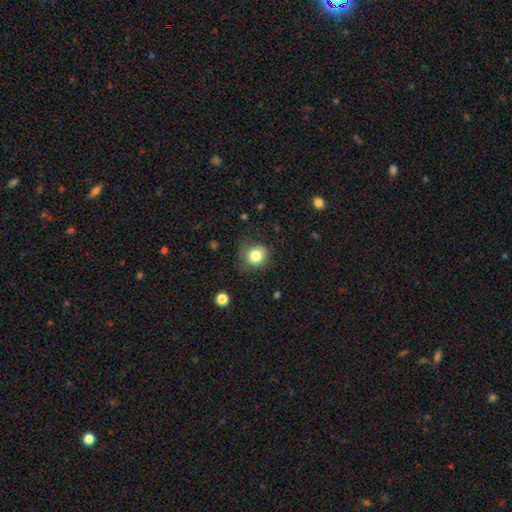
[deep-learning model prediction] Smooth or featured? smooth (82%)
How rounded? round (83%)
Merging? none (67%)